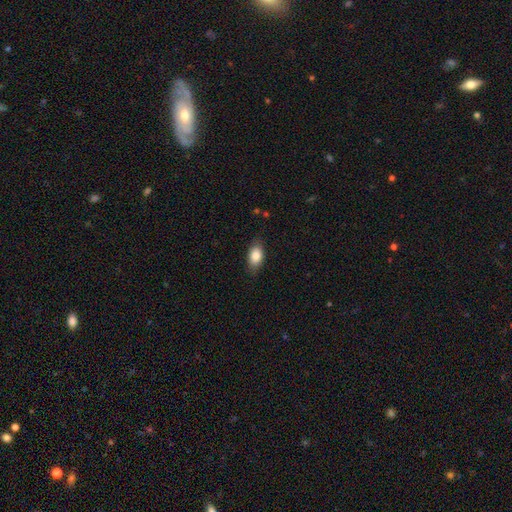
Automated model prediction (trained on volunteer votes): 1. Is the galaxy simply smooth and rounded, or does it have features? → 84% smooth, 9% featured or disk, 7% star or artifact.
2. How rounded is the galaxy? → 88% in between, 9% round, 4% cigar-shaped.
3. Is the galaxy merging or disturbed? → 81% none, 15% minor disturbance, 3% major disturbance, 1% merger.